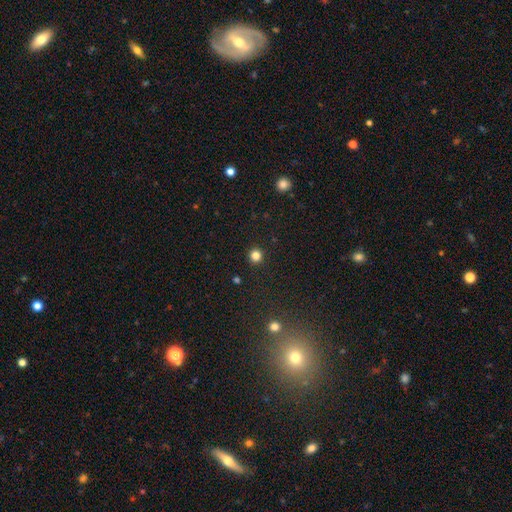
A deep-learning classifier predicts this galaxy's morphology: smooth_or_featured: smooth (p=0.82) [alt: star or artifact p=0.14]
how_rounded: round (p=0.95) [alt: in between p=0.04]
merging: none (p=0.93) [alt: minor disturbance p=0.05]